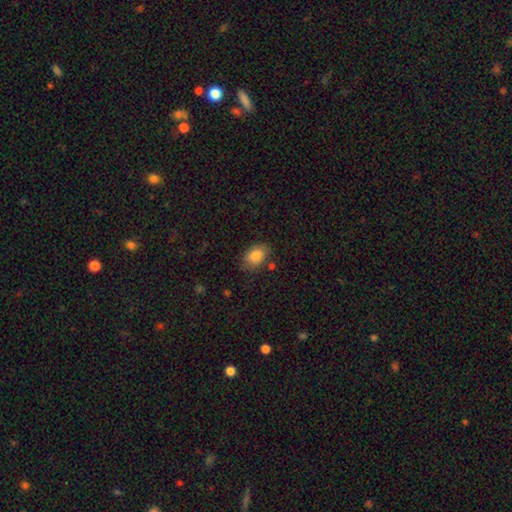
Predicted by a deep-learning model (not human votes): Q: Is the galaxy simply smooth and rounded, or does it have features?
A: smooth — 84%.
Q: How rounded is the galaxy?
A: in between — 78%.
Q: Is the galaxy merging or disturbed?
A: none — 73%.